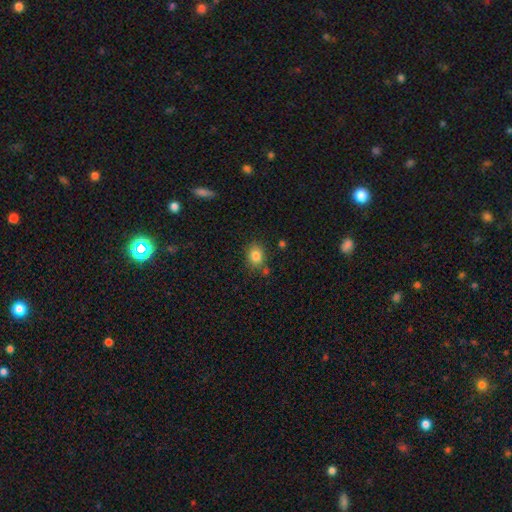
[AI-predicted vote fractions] Overall: smooth (83%). How rounded: round (52%; in between 46%). Merging: none (77%).